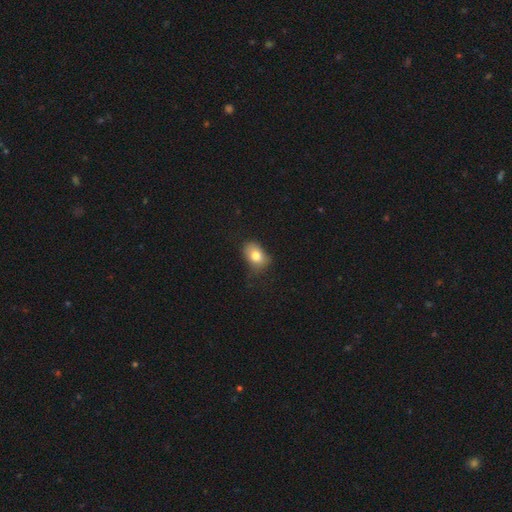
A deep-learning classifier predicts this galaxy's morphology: The model was most divided on "merging": none: 59%, minor disturbance: 30%, major disturbance: 9%, merger: 2%. More confident: smooth or featured — smooth (78%); how rounded — in between (72%).